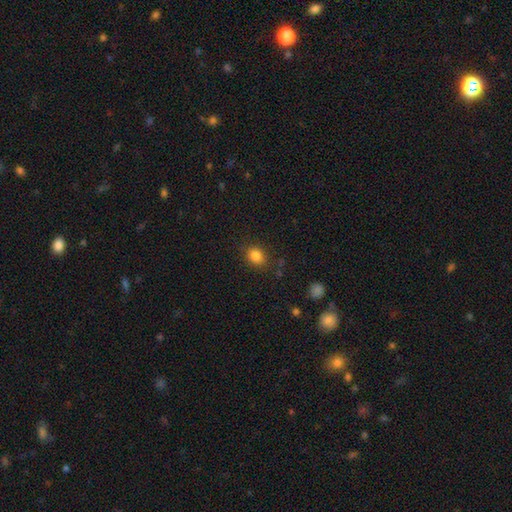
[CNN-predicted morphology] type=smooth (83%); roundness=round (59%); merging=none (84%).